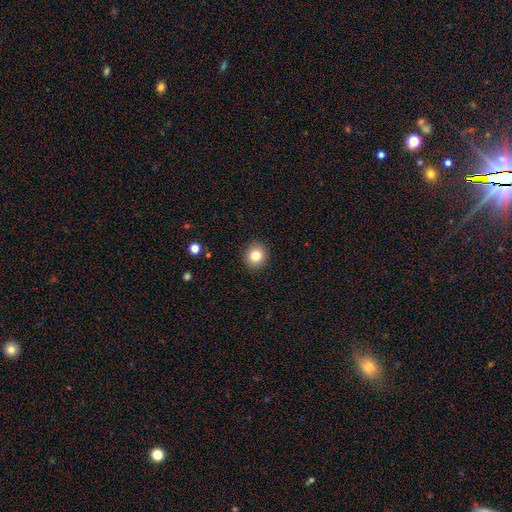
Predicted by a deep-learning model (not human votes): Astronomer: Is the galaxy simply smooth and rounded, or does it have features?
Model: smooth — 82%.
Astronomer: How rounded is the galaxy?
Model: round — 81%.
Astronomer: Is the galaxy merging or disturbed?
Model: none — 91%.